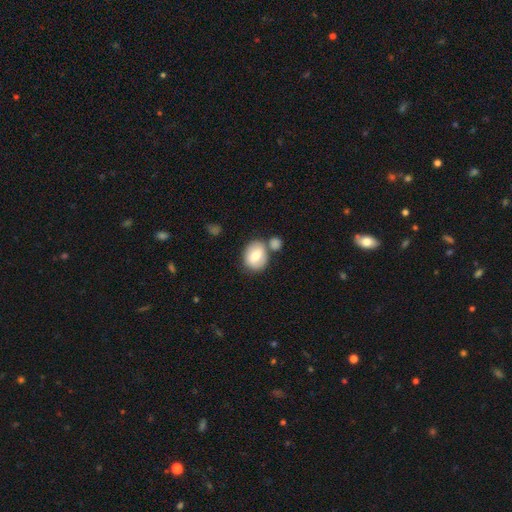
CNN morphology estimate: This appears to be a smooth galaxy with no disk features (72%) that is round (49%, tied with in between). Merging: none (54%).